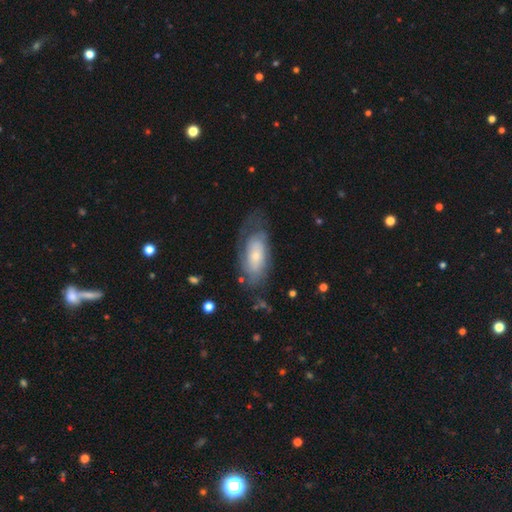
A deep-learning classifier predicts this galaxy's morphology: This is possibly a featured or disk galaxy (49%). Merging: possibly none (54%).